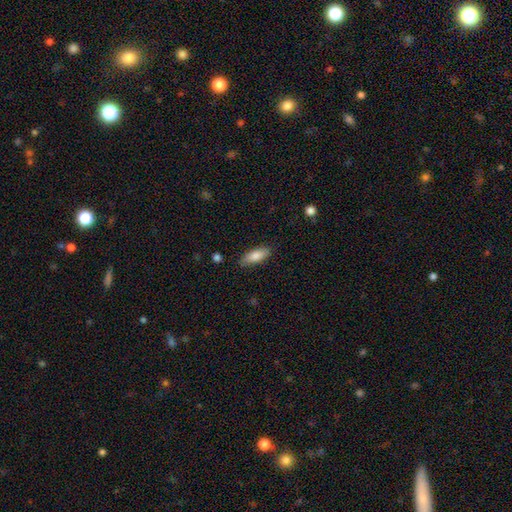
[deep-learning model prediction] This is clearly a smooth galaxy (83%). How rounded: likely in between (68%). Merging: clearly none (84%).